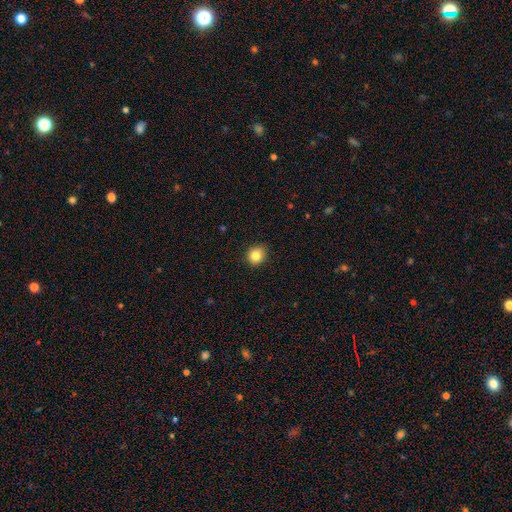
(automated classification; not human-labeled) smooth-or-featured: smooth: 84% | star or artifact: 10% | featured or disk: 6%
  how-rounded: round: 80% | in between: 19% | cigar-shaped: 1%
  merging: none: 88% | minor disturbance: 9% | major disturbance: 2% | merger: 1%